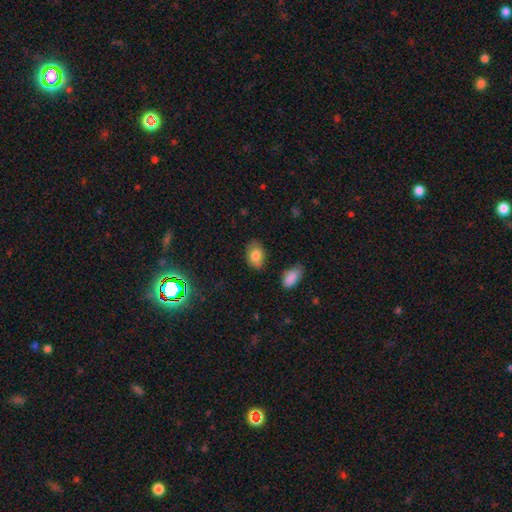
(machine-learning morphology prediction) A smooth galaxy with no disk features (79%) that is in between round and cigar-shaped (84%).

Vote fractions:
- Smooth or featured? smooth: 79% / featured or disk: 12% / star or artifact: 9%
- How rounded? in between: 84% / round: 14% / cigar-shaped: 1%
- Merging? none: 77% / minor disturbance: 17% / major disturbance: 4% / merger: 2%